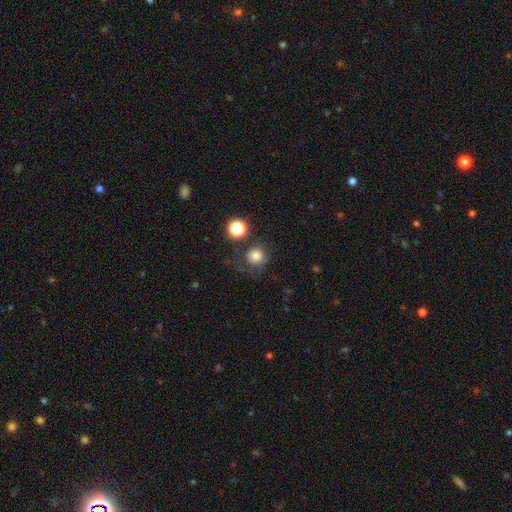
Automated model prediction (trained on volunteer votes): The model was most divided on "merging": none: 63%, minor disturbance: 16%, major disturbance: 12%, merger: 9%. More confident: how rounded — round (90%); smooth or featured — smooth (78%).